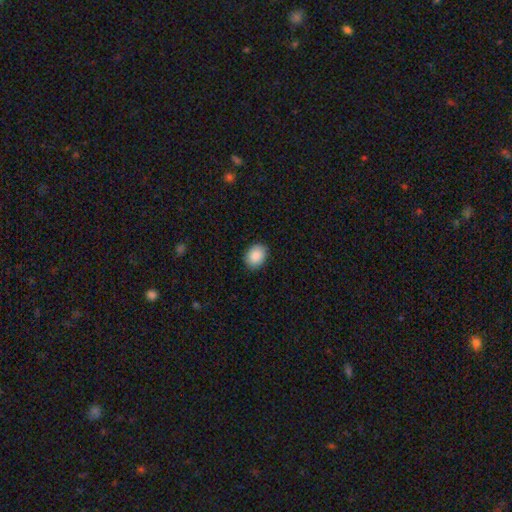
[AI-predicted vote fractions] This appears to be a smooth galaxy with no disk features (89%) that is in between round and cigar-shaped (62%). Merging: none (89%).